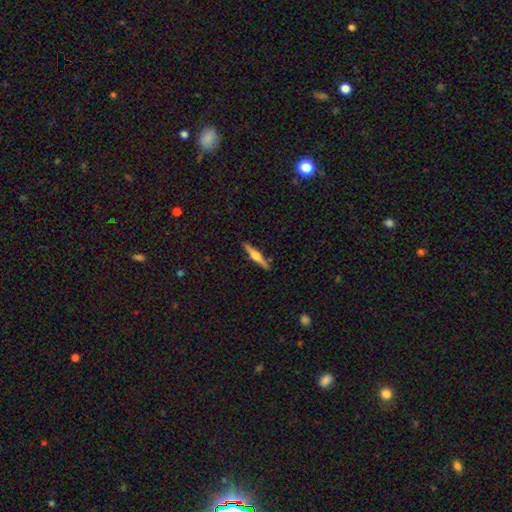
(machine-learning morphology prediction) Smooth or featured?
  - featured or disk: 63% *
  - smooth: 31%
  - star or artifact: 6%
Edge-on disk?
  - yes: 97% *
  - no: 3%
Edge-on bulge?
  - rounded: 89% *
  - boxy: 7%
  - none: 4%
Merging?
  - none: 89% *
  - minor disturbance: 8%
  - major disturbance: 2%
  - merger: 1%